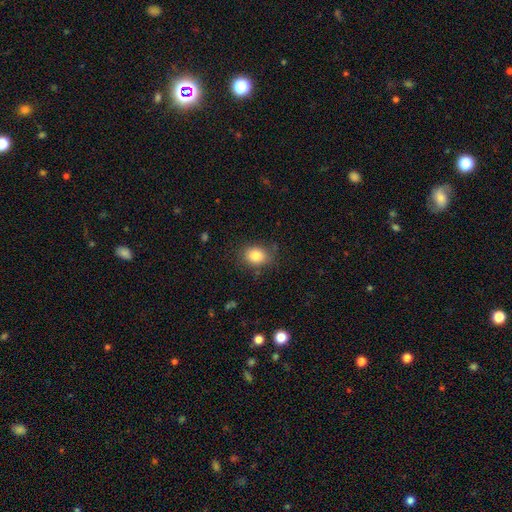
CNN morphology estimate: Smooth or featured: smooth — 83% (star or artifact — 10%)
How rounded: in between — 54% (round — 45%)
Merging: none — 79% (minor disturbance — 15%)